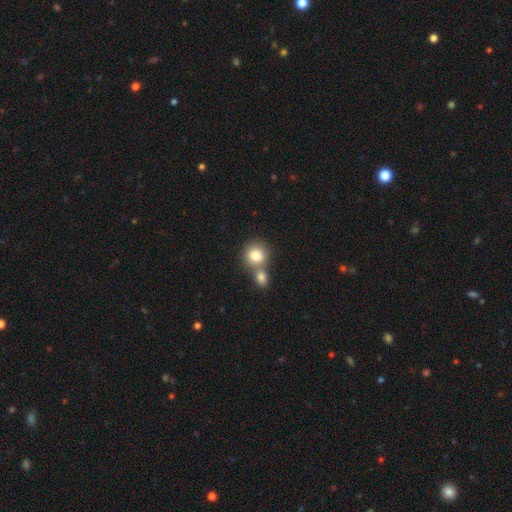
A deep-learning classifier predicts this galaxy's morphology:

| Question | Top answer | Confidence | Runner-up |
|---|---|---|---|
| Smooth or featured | smooth | 81% | featured or disk (10%) |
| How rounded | round | 83% | in between (16%) |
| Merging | merger | 45% | tied: none (45%) |